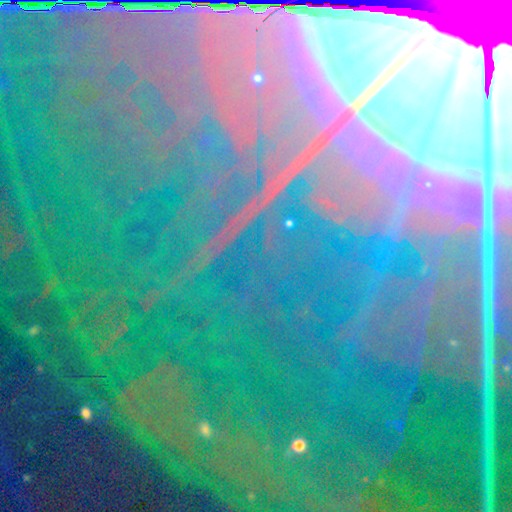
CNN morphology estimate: Overall: star or artifact (83%).